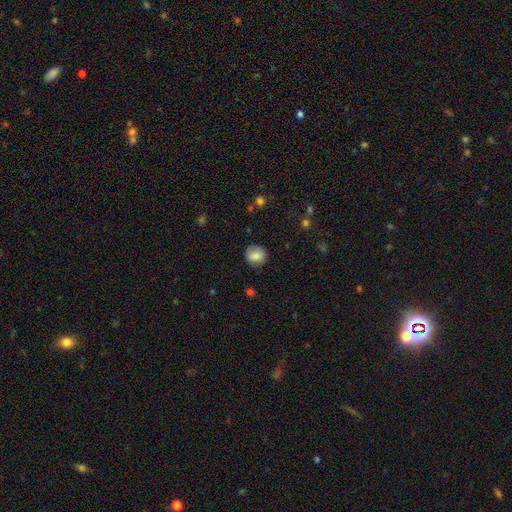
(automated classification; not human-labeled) This appears to be a smooth galaxy with no disk features (83%) that is round (83%). Merging: none (83%).